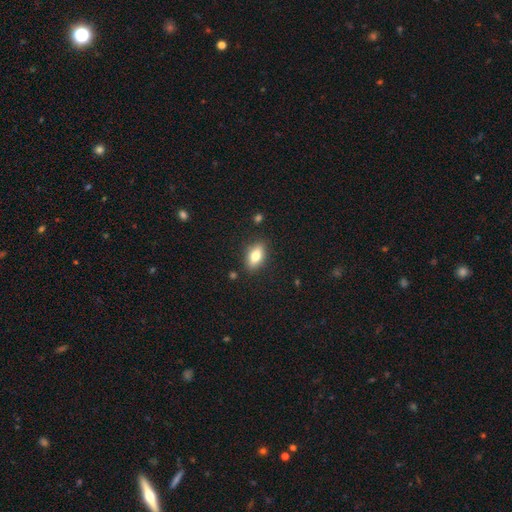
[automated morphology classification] Smooth or featured: smooth — 77% (featured or disk — 15%)
How rounded: in between — 86% (cigar-shaped — 8%)
Merging: none — 86% (minor disturbance — 10%)